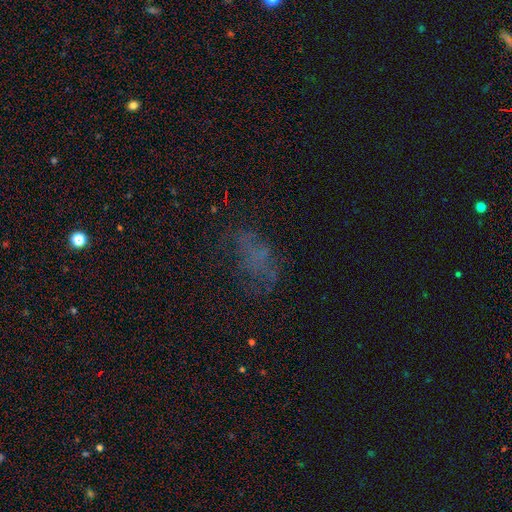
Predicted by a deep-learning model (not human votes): This is marginally a smooth galaxy (38%). Merging: possibly none (49%).